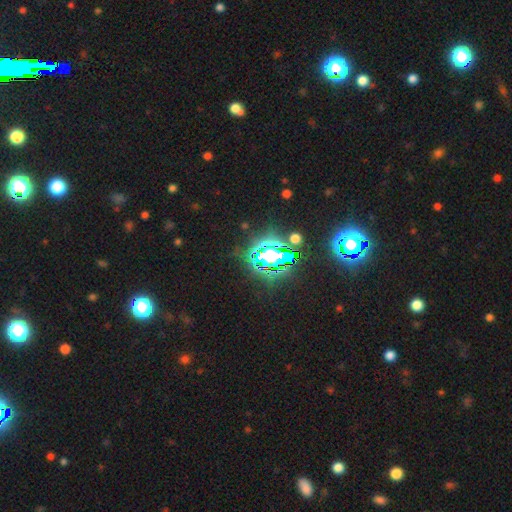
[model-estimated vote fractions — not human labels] smooth_or_featured: star or artifact (p=0.81) [alt: smooth p=0.12]